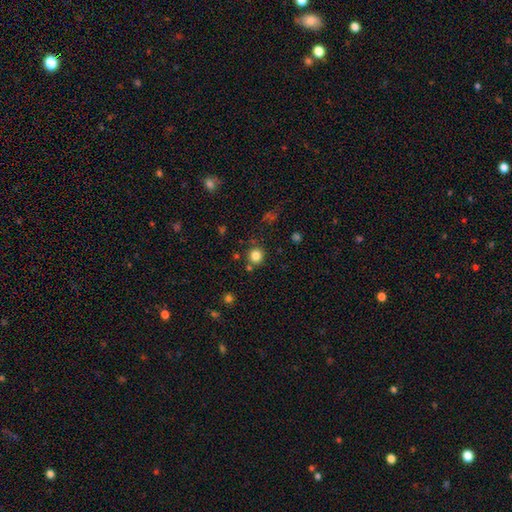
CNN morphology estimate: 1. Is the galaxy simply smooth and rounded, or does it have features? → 83% smooth, 12% star or artifact, 5% featured or disk.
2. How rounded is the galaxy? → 91% round, 8% in between, 1% cigar-shaped.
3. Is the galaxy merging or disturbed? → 82% none, 8% minor disturbance, 7% merger, 3% major disturbance.